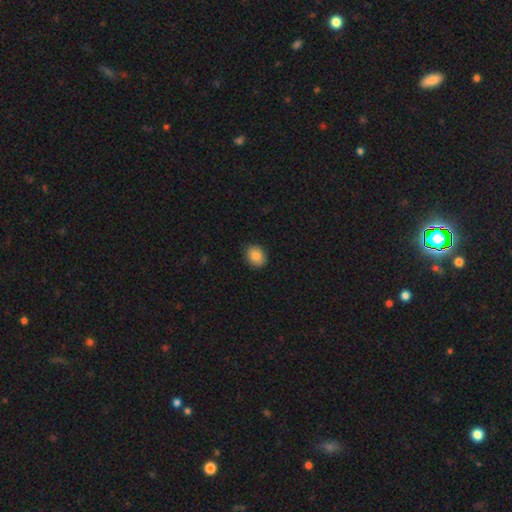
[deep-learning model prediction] smooth 85%, star or artifact 8%, featured or disk 7%. Down the decision tree: how rounded — round (53%); merging — none (88%).